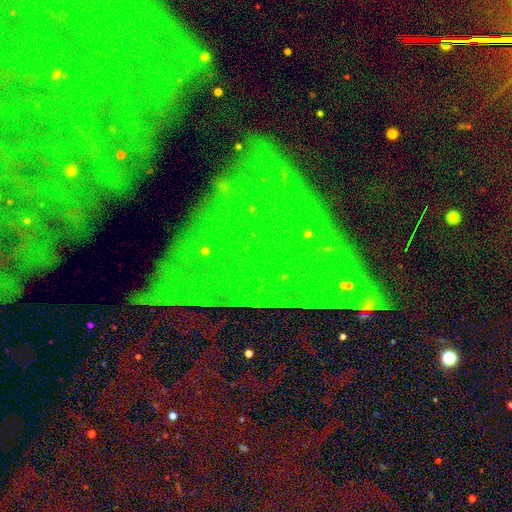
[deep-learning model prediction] This is clearly a star or artifact rather than a galaxy (83%).